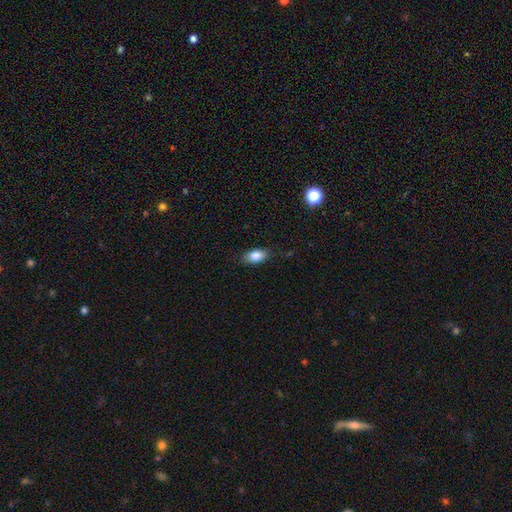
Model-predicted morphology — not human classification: Smooth or featured? smooth (86%)
How rounded? in between (89%)
Merging? none (84%)